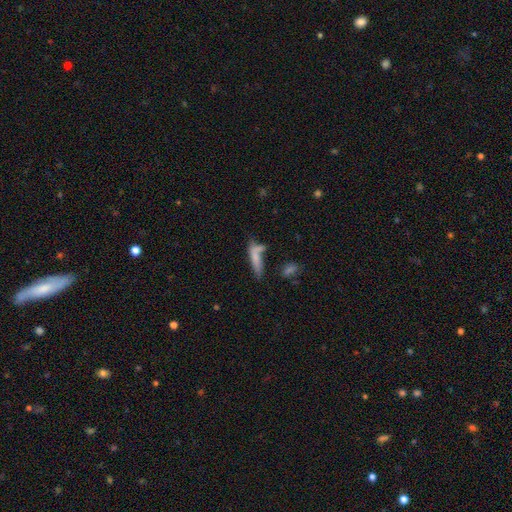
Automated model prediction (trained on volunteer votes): Smooth or featured?
  - smooth: 69% *
  - featured or disk: 22%
  - star or artifact: 10%
How rounded?
  - cigar-shaped: 70% *
  - in between: 28%
  - round: 3%
Merging?
  - none: 40% *
  - merger: 27%
  - minor disturbance: 19%
  - major disturbance: 13%